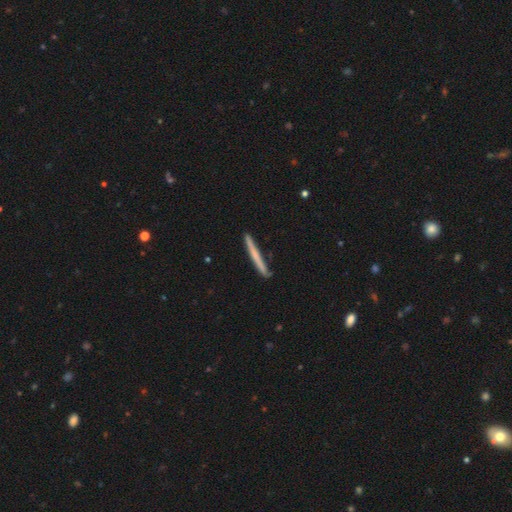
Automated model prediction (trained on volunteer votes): smooth-or-featured: smooth: 58% | featured or disk: 37% | star or artifact: 6%
  how-rounded: cigar-shaped: 97% | in between: 2% | round: 1%
  merging: none: 88% | minor disturbance: 9% | major disturbance: 1% | merger: 1%